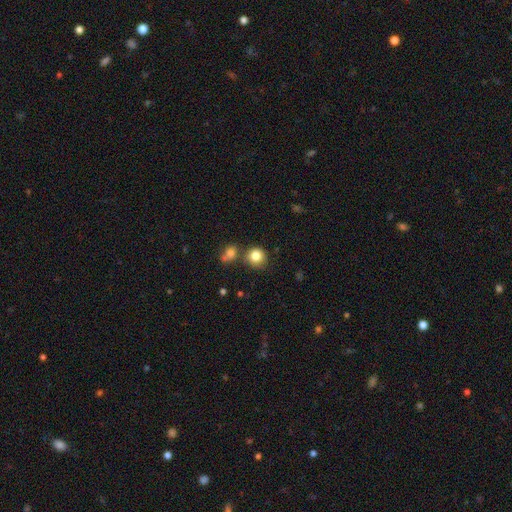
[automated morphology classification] A smooth galaxy with no disk features (84%) that is round (87%). Merging: none (68%).